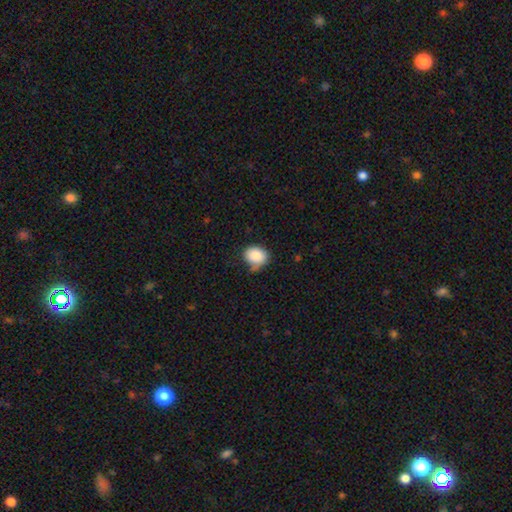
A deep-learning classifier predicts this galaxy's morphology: Smooth or featured? Predicted: smooth (p=0.86). How rounded? Predicted: round (p=0.55). Merging? Predicted: none (p=0.56).